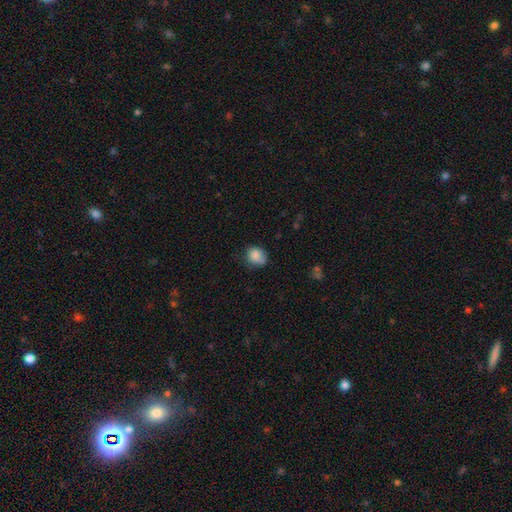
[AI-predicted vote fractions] Overall: smooth (84%). How rounded: round (63%; in between 36%). Merging: none (59%; minor disturbance 31%).